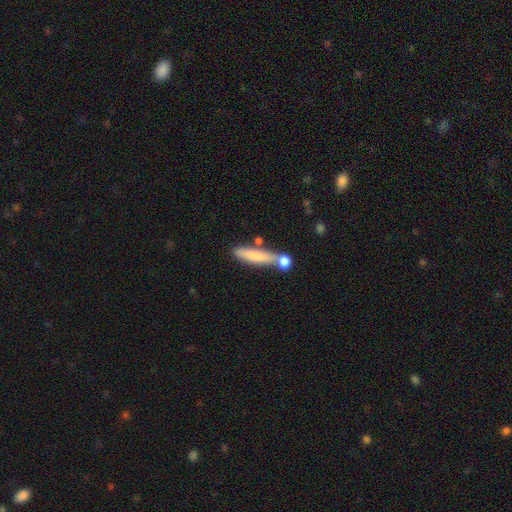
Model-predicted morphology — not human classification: type=smooth (76%); roundness=cigar-shaped (79%); merging=none (55%).